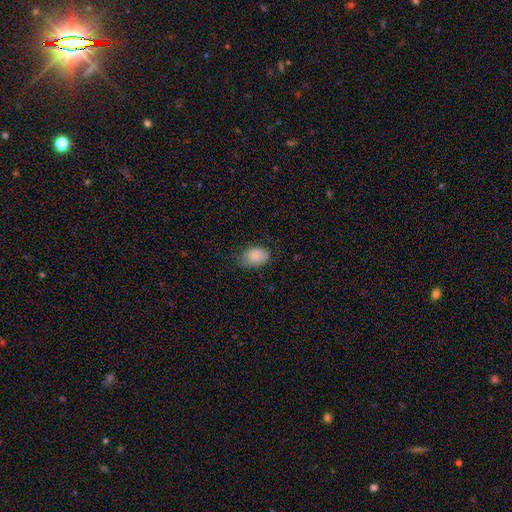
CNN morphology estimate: The model was most divided on "merging": none: 68%, minor disturbance: 26%, major disturbance: 6%, merger: 1%. More confident: how rounded — in between (86%); smooth or featured — smooth (85%).